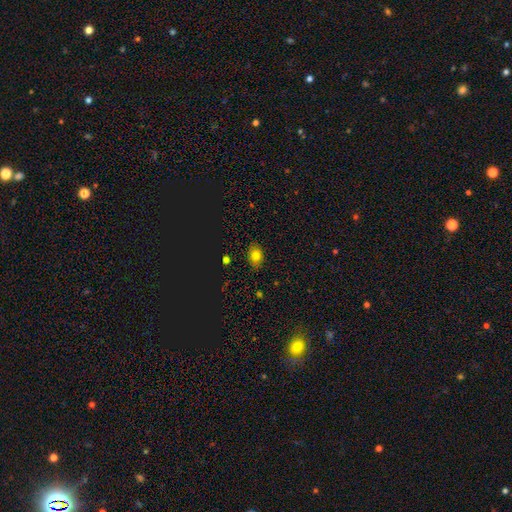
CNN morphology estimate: Smooth or featured: smooth — 76% (star or artifact — 15%)
How rounded: in between — 68% (round — 30%)
Merging: none — 86% (minor disturbance — 11%)